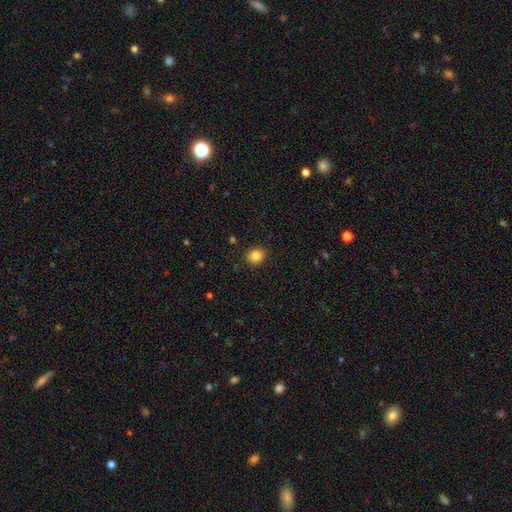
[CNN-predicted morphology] This appears to be a smooth galaxy with no disk features (84%) that is round (65%). Merging: none (89%).